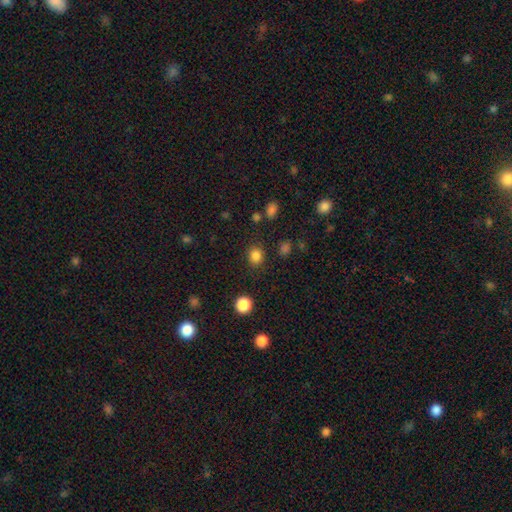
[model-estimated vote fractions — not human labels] A smooth galaxy with no disk features (83%) that is round (75%). Merging: none (85%).